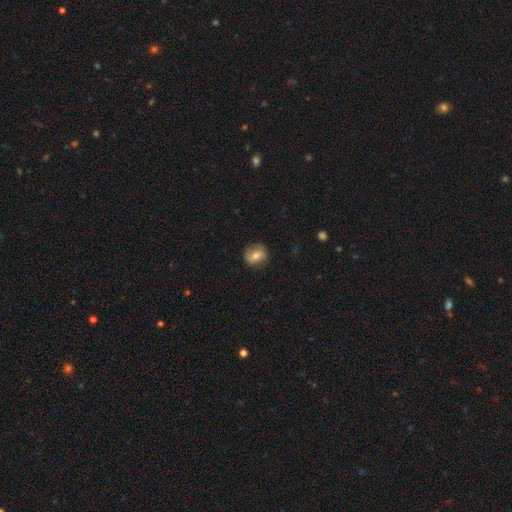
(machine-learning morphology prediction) Overall: smooth (53%; featured or disk 38%). How rounded: round (75%). Merging: none (80%).